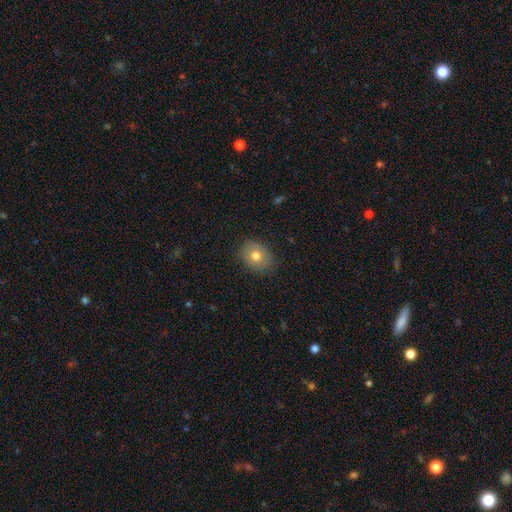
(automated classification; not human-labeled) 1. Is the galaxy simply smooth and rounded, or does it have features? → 75% smooth, 15% featured or disk, 10% star or artifact.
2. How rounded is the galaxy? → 52% in between, 47% round, 1% cigar-shaped.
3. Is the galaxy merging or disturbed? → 83% none, 13% minor disturbance, 3% major disturbance, 1% merger.